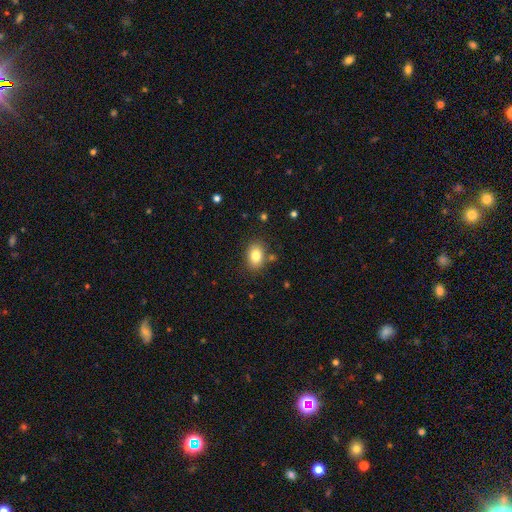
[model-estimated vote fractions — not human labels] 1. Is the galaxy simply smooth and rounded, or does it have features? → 83% smooth, 9% star or artifact, 8% featured or disk.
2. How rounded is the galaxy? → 78% in between, 21% round, 1% cigar-shaped.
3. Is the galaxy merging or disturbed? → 82% none, 12% minor disturbance, 4% merger, 3% major disturbance.